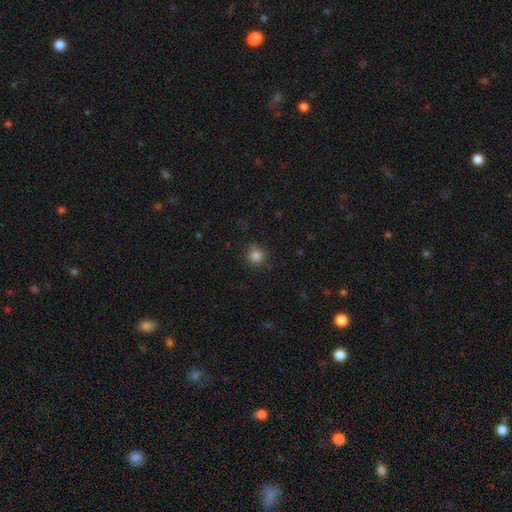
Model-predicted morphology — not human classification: smooth_or_featured: smooth (p=0.85) [alt: star or artifact p=0.12]
how_rounded: round (p=0.93) [alt: in between p=0.06]
merging: none (p=0.85) [alt: minor disturbance p=0.11]